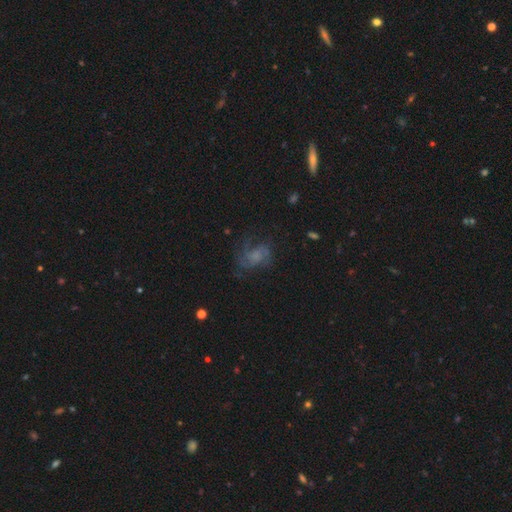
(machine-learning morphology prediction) A featured or disk galaxy (58%) with no bar (72%), spiral arms (80%) and no central bulge (45%).

Vote fractions:
- Smooth or featured? featured or disk: 58% / smooth: 26% / star or artifact: 16%
- Edge-on disk? no: 97% / yes: 3%
- Bar? no: 72% / weak: 24% / strong: 4%
- Spiral arms? yes: 80% / no: 20%
- Bulge size? none: 45% / small: 25% / moderate: 20% / large: 9% / dominant: 2%
- Merging? none: 52% / major disturbance: 26% / minor disturbance: 20% / merger: 2%